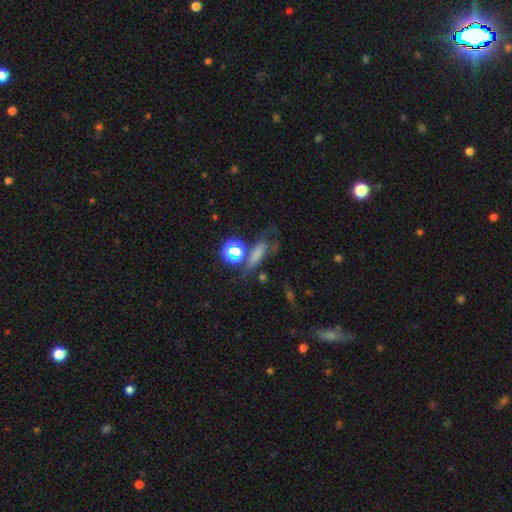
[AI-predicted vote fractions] A smooth galaxy with no disk features (47%).

Vote fractions:
- Smooth or featured? smooth: 47% / star or artifact: 30% / featured or disk: 23%
- Merging? none: 49% / minor disturbance: 19% / major disturbance: 18% / merger: 14%